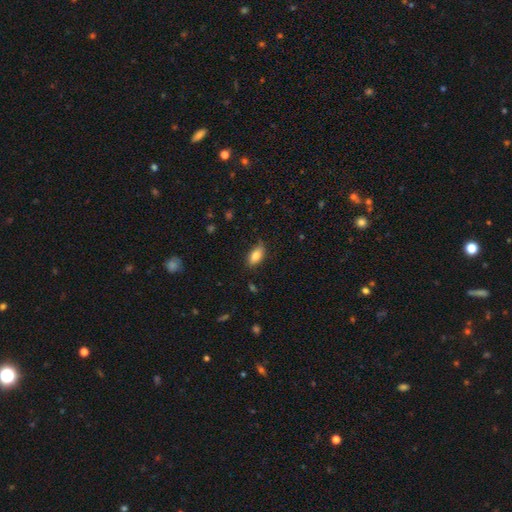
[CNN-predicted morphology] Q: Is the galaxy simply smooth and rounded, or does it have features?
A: smooth — 82%.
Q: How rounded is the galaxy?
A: in between — 89%.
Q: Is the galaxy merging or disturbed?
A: none — 78%.